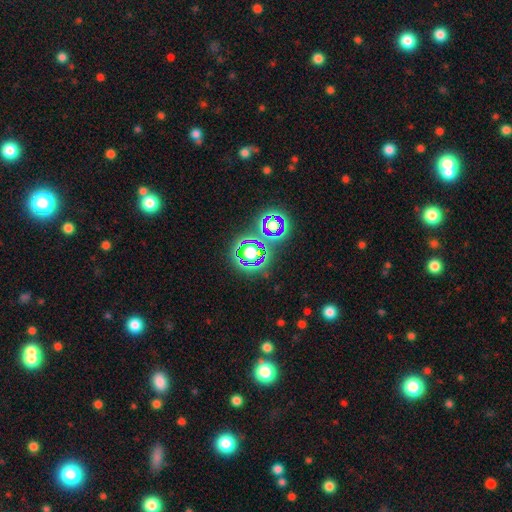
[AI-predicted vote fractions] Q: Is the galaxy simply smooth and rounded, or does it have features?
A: star or artifact — 75%.